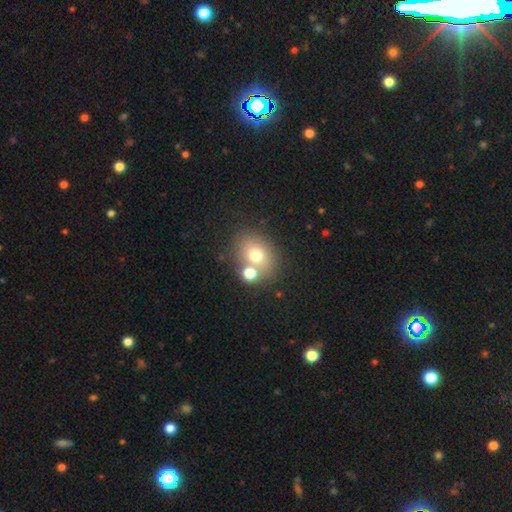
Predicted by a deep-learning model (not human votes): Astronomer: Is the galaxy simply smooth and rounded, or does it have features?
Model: smooth — 70%.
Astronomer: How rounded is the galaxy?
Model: round — 52% (runner-up: in between, 47%).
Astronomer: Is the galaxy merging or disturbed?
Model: none — 58%.